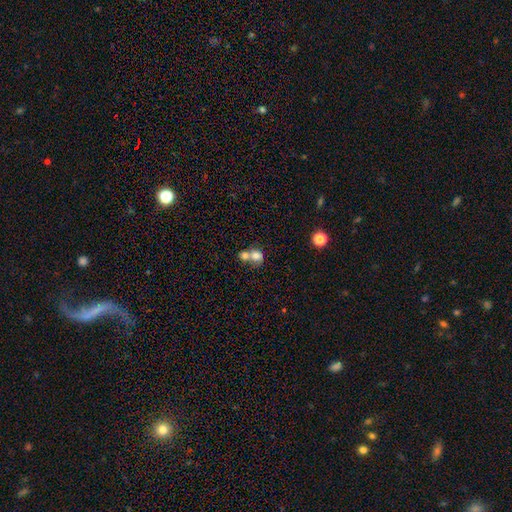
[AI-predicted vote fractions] A smooth galaxy with no disk features (75%) that is round (62%).

Vote fractions:
- Smooth or featured? smooth: 75% / featured or disk: 15% / star or artifact: 10%
- How rounded? round: 62% / in between: 37% / cigar-shaped: 1%
- Merging? merger: 67% / none: 23% / minor disturbance: 6% / major disturbance: 4%